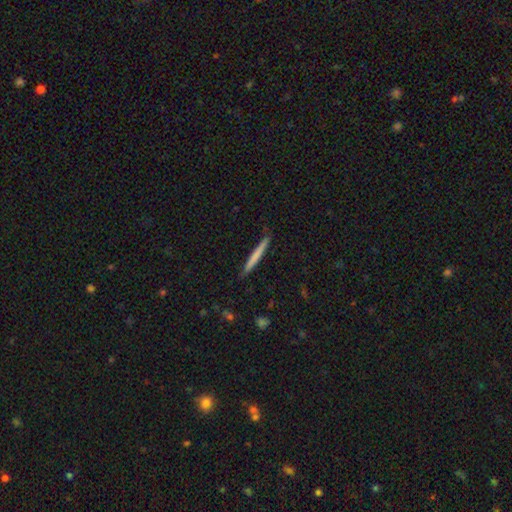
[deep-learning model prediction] smooth-or-featured: smooth: 65% | featured or disk: 29% | star or artifact: 5%
  how-rounded: cigar-shaped: 97% | in between: 2% | round: 1%
  merging: none: 89% | minor disturbance: 8% | major disturbance: 1% | merger: 1%